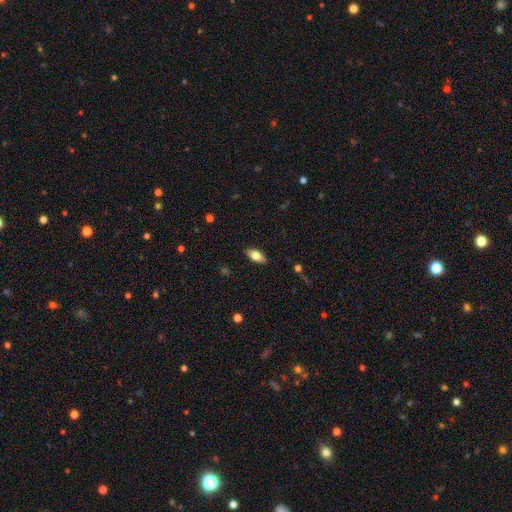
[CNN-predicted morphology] The model was most divided on "smooth or featured": smooth: 74%, featured or disk: 19%, star or artifact: 7%. More confident: merging — none (88%); how rounded — in between (87%).